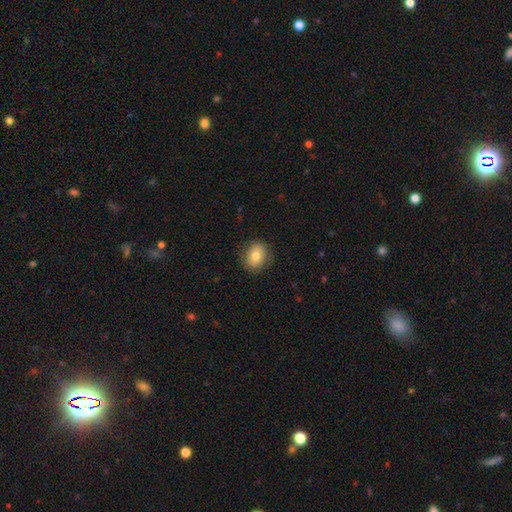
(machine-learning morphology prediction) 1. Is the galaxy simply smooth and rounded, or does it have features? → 77% smooth, 14% featured or disk, 8% star or artifact.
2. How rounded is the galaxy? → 56% round, 43% in between, 1% cigar-shaped.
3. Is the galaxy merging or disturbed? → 84% none, 11% minor disturbance, 3% major disturbance, 1% merger.